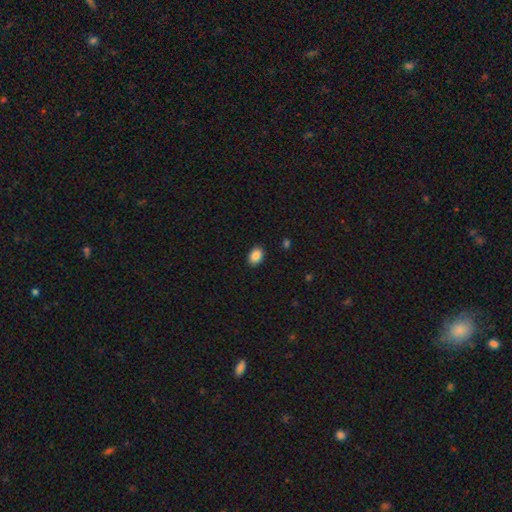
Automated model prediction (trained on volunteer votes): smooth 88%, star or artifact 8%, featured or disk 4%. Down the decision tree: how rounded — in between (77%); merging — none (89%).